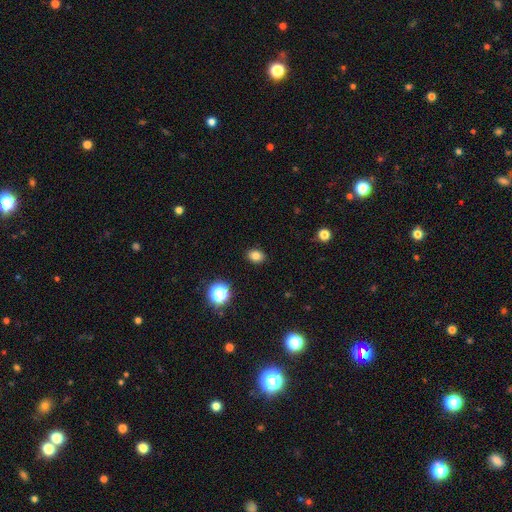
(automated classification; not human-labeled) This appears to be a smooth galaxy with no disk features (81%) that is in between round and cigar-shaped (61%). Merging: none (89%).